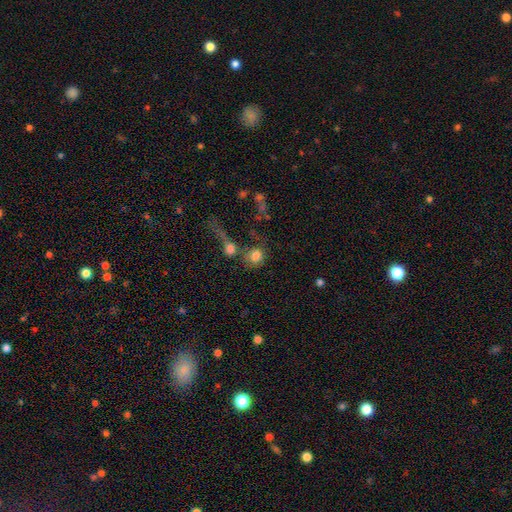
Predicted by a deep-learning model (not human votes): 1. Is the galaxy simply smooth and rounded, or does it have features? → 77% smooth, 13% featured or disk, 11% star or artifact.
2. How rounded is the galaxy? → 71% round, 26% in between, 2% cigar-shaped.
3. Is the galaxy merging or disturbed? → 38% merger, 37% none, 14% major disturbance, 11% minor disturbance.